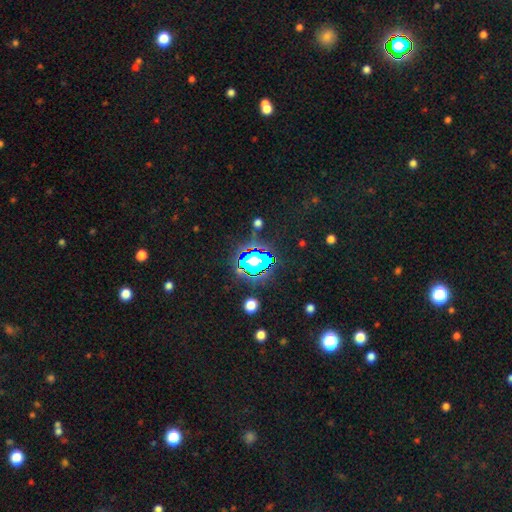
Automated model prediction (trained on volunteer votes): The model was most divided on "smooth or featured": star or artifact: 75%, smooth: 16%, featured or disk: 9%.